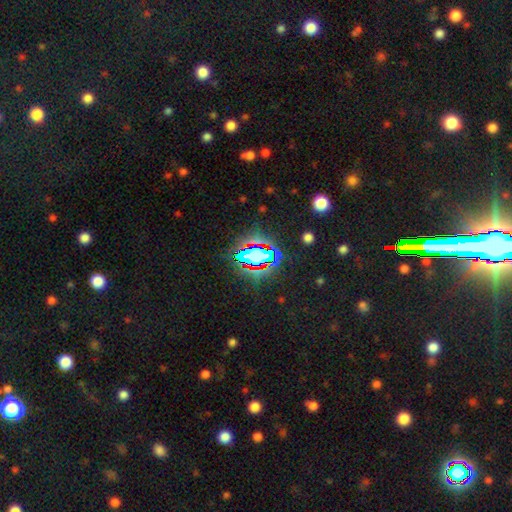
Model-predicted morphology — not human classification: Overall: star or artifact (61%; smooth 25%).